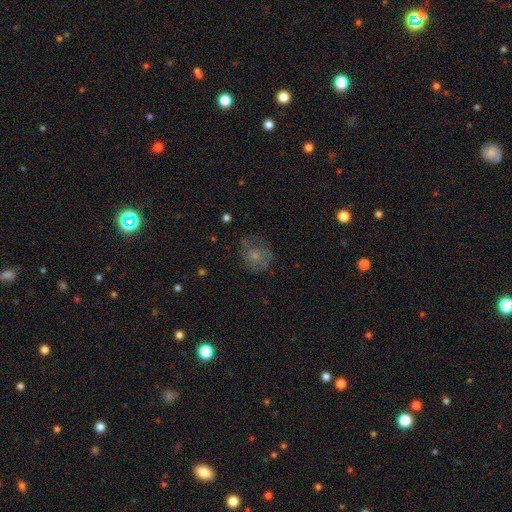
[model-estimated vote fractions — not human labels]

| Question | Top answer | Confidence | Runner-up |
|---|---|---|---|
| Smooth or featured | smooth | 59% | featured or disk (29%) |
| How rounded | round | 76% | in between (22%) |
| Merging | none | 60% | minor disturbance (23%) |